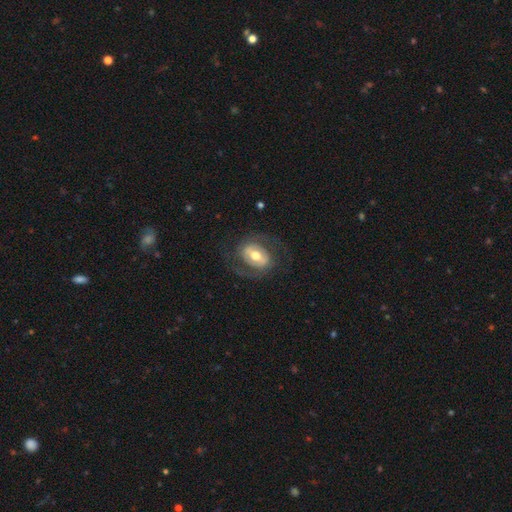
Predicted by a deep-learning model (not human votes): Smooth or featured: featured or disk — 66% (smooth — 28%)
Edge-on disk: no — 95% (yes — 5%)
Bar: weak — 37% (no — 32%)
Spiral arms: yes — 59% (no — 41%)
Bulge size: moderate — 71% (large — 17%)
Merging: none — 71% (major disturbance — 14%)